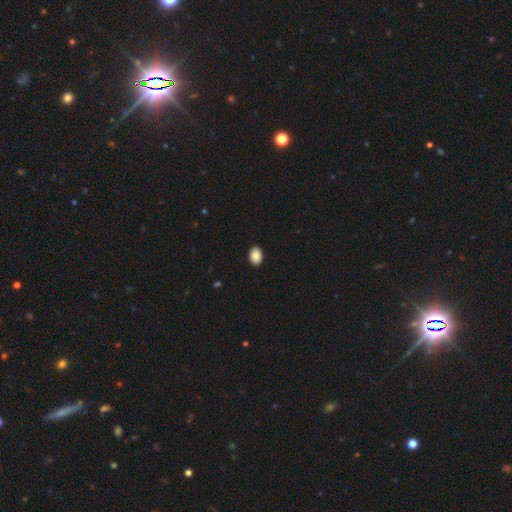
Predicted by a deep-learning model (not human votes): A smooth galaxy with no disk features (90%) that is in between round and cigar-shaped (81%). Merging: none (91%).